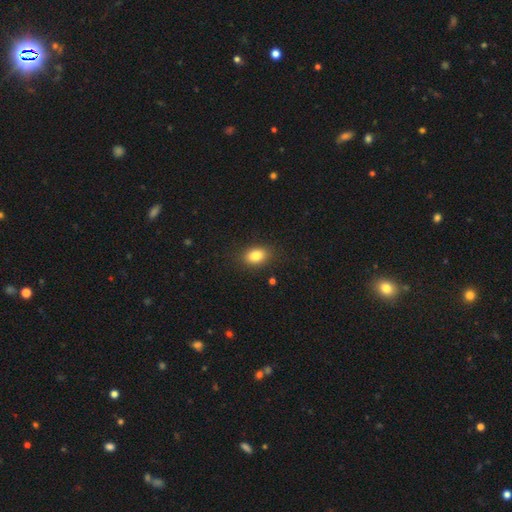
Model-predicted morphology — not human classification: This appears to be a smooth galaxy with no disk features (83%) that is in between round and cigar-shaped (76%). Merging: none (87%).